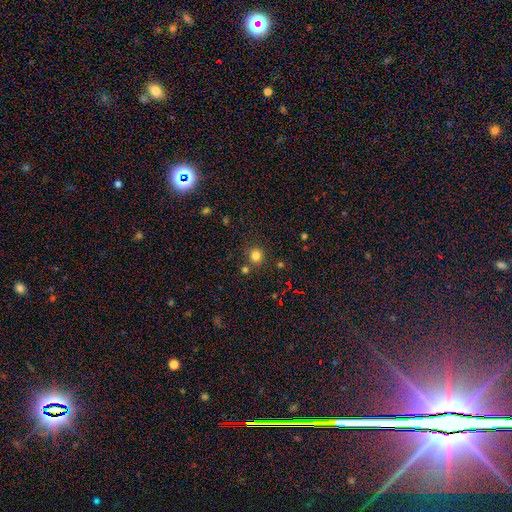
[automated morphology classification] This appears to be a smooth galaxy with no disk features (80%) that is round (90%). Merging: none (80%).